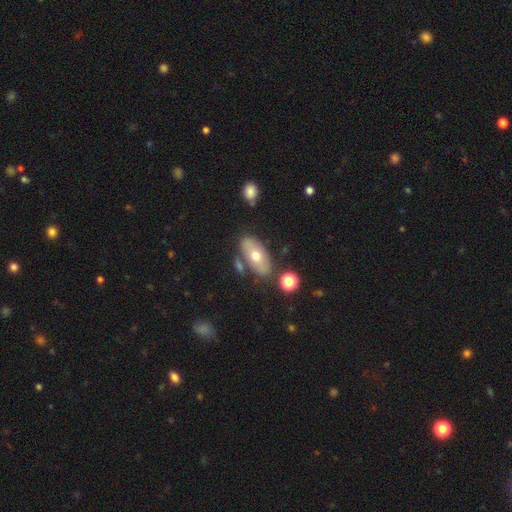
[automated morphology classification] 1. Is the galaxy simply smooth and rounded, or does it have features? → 57% smooth, 35% featured or disk, 7% star or artifact.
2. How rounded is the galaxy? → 89% in between, 6% cigar-shaped, 5% round.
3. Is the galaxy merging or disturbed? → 73% none, 14% minor disturbance, 9% merger, 4% major disturbance.